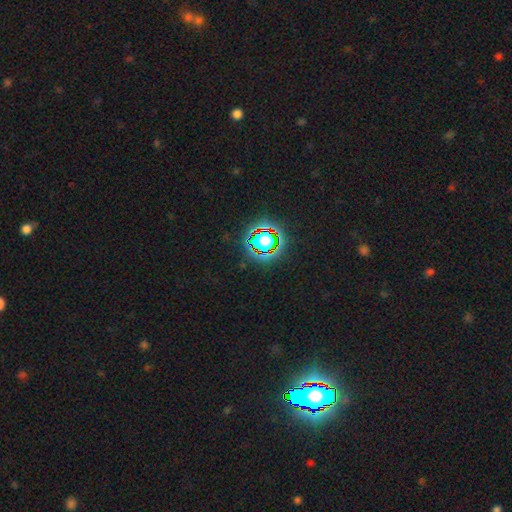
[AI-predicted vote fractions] A star or artifact, not a galaxy (83%).

Vote fractions:
- Smooth or featured? star or artifact: 83% / smooth: 11% / featured or disk: 7%